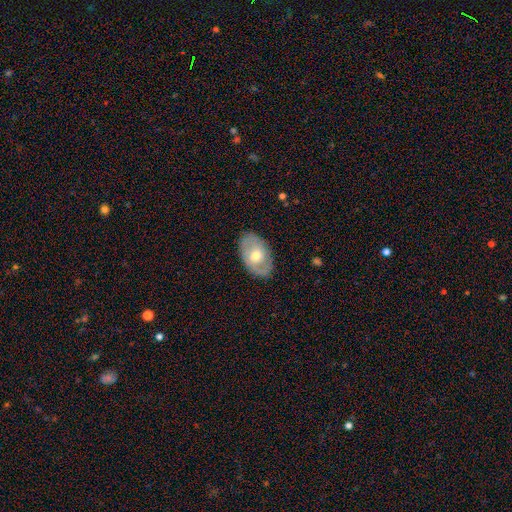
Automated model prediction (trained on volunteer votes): Smooth or featured?
  - featured or disk: 51% *
  - smooth: 43%
  - star or artifact: 6%
Edge-on disk?
  - no: 91% *
  - yes: 9%
Merging?
  - none: 83% *
  - minor disturbance: 13%
  - major disturbance: 3%
  - merger: 1%